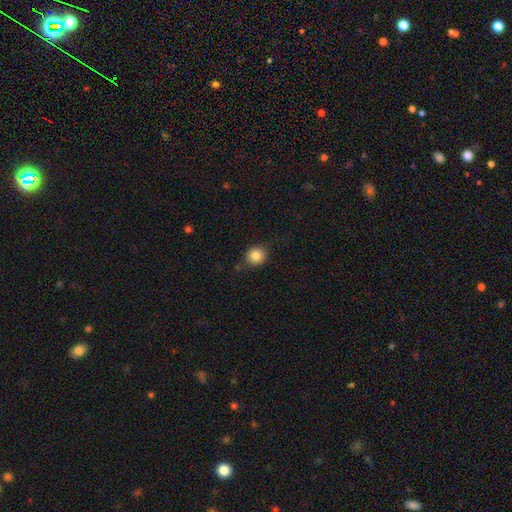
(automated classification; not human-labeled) A smooth galaxy with no disk features (85%) that is round (86%).

Vote fractions:
- Smooth or featured? smooth: 85% / star or artifact: 10% / featured or disk: 5%
- How rounded? round: 86% / in between: 13% / cigar-shaped: 1%
- Merging? none: 82% / minor disturbance: 13% / major disturbance: 3% / merger: 2%